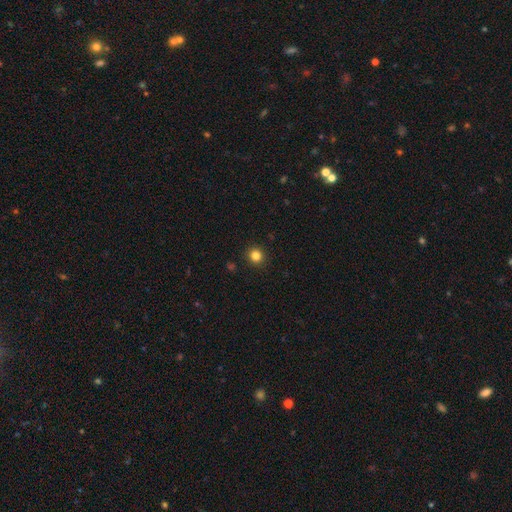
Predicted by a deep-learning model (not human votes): smooth 83%, star or artifact 12%, featured or disk 4%. Down the decision tree: how rounded — round (93%); merging — none (92%).